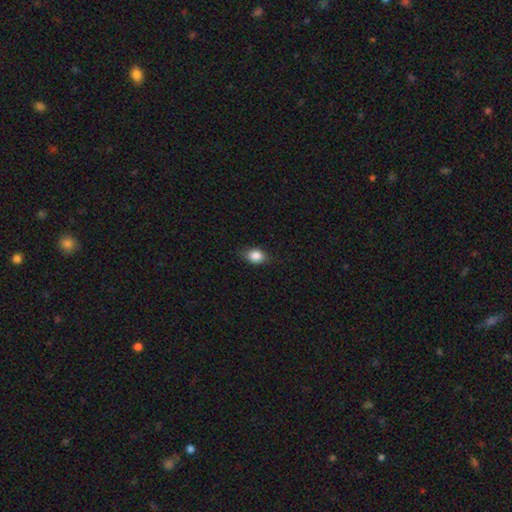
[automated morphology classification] smooth_or_featured: smooth (p=0.84) [alt: star or artifact p=0.09]
how_rounded: in between (p=0.61) [alt: round p=0.37]
merging: none (p=0.79) [alt: minor disturbance p=0.17]